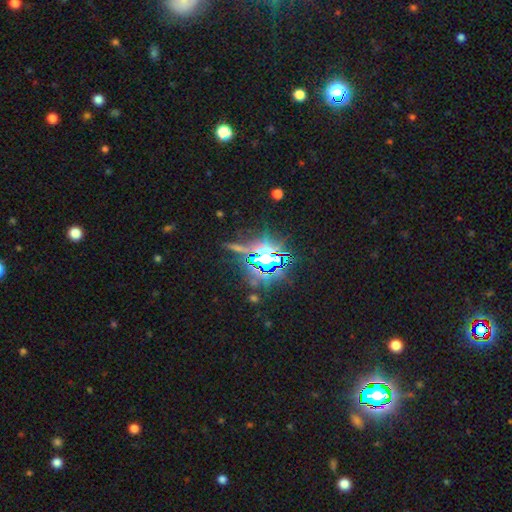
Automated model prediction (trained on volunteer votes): Smooth or featured?
  - star or artifact: 84% *
  - smooth: 8%
  - featured or disk: 8%